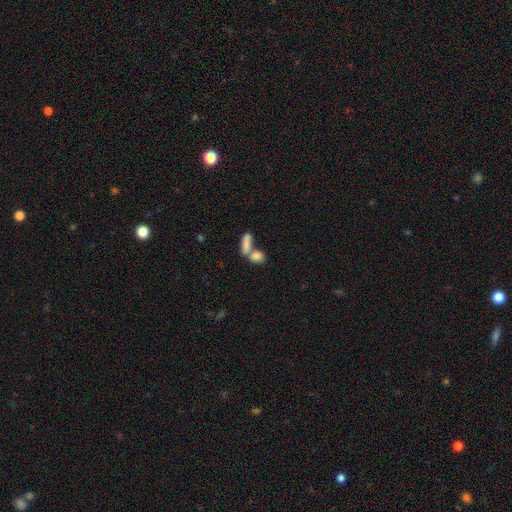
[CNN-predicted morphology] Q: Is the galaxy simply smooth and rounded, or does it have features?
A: smooth — 81%.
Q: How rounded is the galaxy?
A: in between — 71%.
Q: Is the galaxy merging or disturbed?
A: merger — 57%.